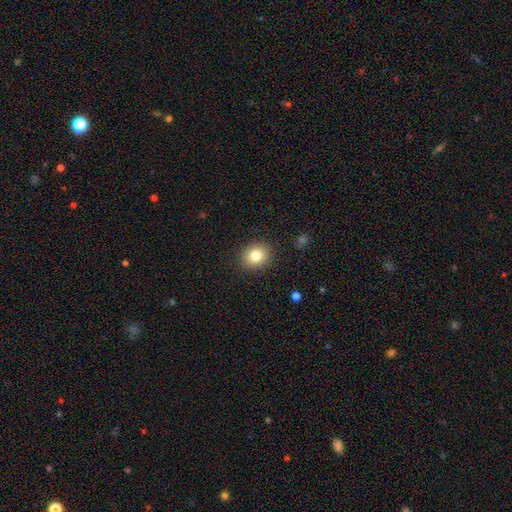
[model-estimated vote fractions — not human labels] Smooth or featured?
  - smooth: 82% *
  - star or artifact: 10%
  - featured or disk: 8%
How rounded?
  - round: 73% *
  - in between: 27%
  - cigar-shaped: 1%
Merging?
  - none: 89% *
  - minor disturbance: 7%
  - major disturbance: 2%
  - merger: 1%